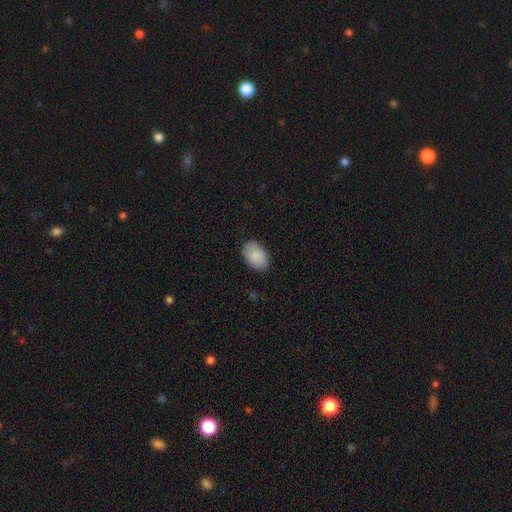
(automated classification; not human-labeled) This appears to be a smooth galaxy with no disk features (89%) that is in between round and cigar-shaped (91%). Merging: none (86%).